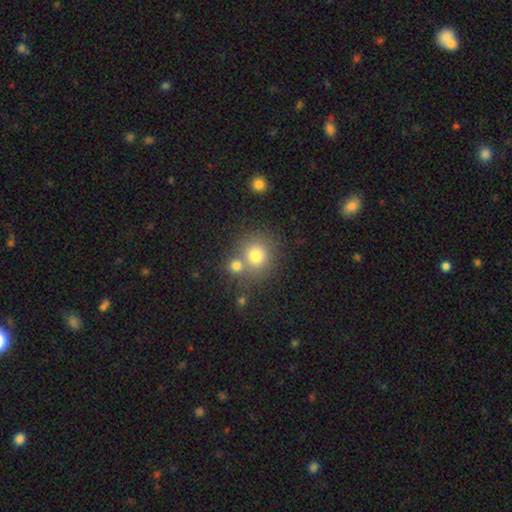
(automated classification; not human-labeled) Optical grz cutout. It shows a smooth galaxy with no disk features (76%) that is round (86%). Merging: none (55%).